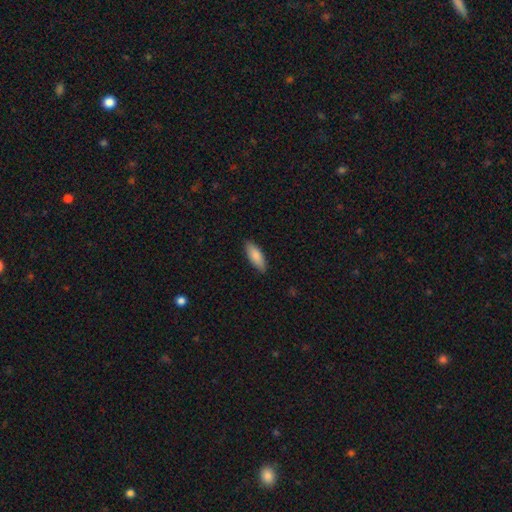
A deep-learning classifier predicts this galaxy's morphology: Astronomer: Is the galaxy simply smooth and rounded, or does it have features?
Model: smooth — 87%.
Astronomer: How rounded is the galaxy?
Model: in between — 68%.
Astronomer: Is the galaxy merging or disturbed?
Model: none — 87%.